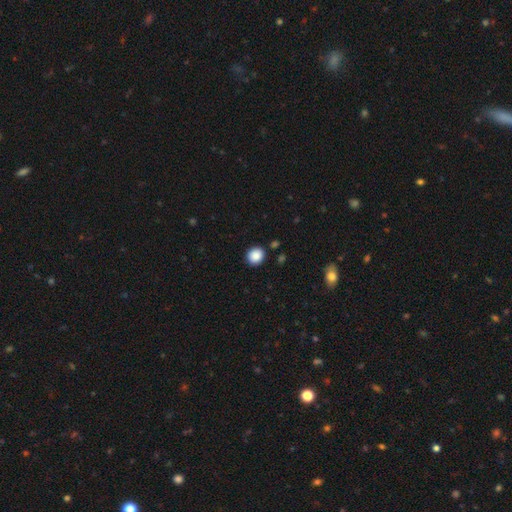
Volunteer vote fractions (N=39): This appears to be a smooth galaxy with no disk features (87%) that is round (85%). Merging: none (86%).